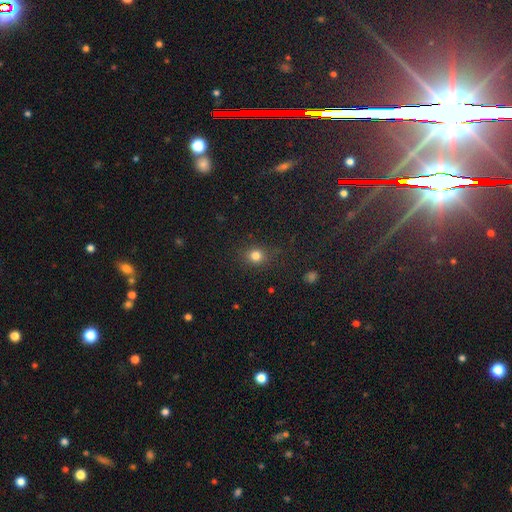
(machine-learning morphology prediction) smooth 79%, star or artifact 15%, featured or disk 6%. Down the decision tree: how rounded — round (81%); merging — none (85%).